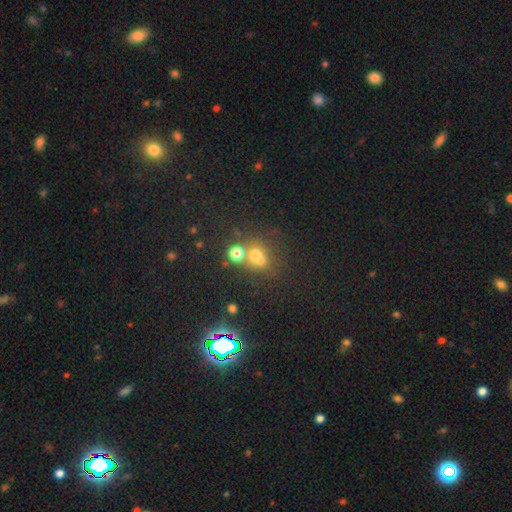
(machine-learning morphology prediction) smooth-or-featured: smooth: 61% | star or artifact: 23% | featured or disk: 16%
  how-rounded: round: 80% | in between: 19% | cigar-shaped: 1%
  merging: merger: 47% | none: 41% | minor disturbance: 7% | major disturbance: 4%